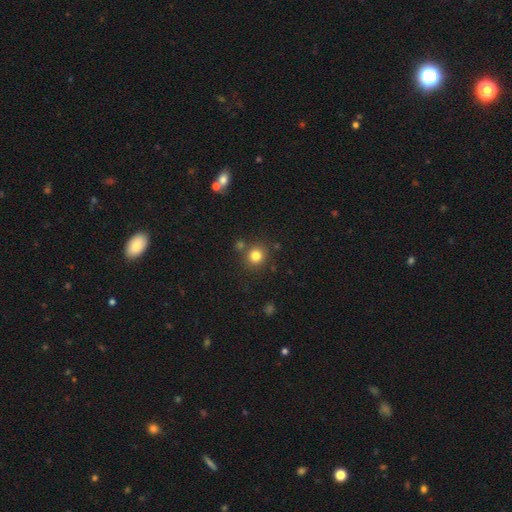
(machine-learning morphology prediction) smooth_or_featured: smooth (p=0.80) [alt: star or artifact p=0.13]
how_rounded: round (p=0.89) [alt: in between p=0.10]
merging: none (p=0.79) [alt: merger p=0.09]